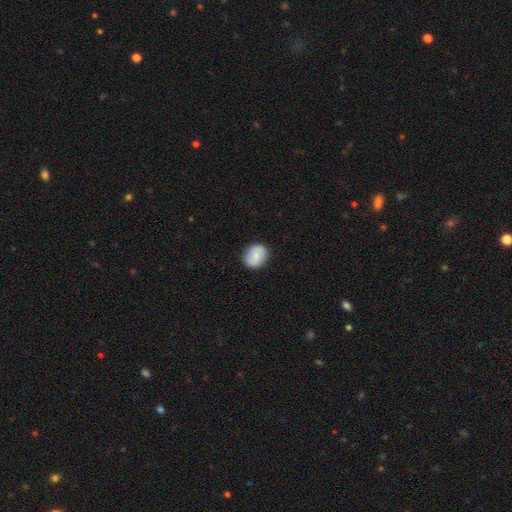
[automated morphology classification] A smooth galaxy with no disk features (63%) that is round (64%). Merging: none (86%).